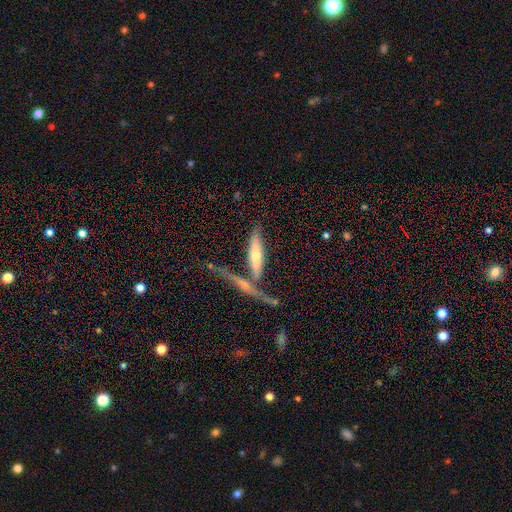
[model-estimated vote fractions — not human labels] This is possibly a featured or disk galaxy (48%). Merging: possibly none (46%).